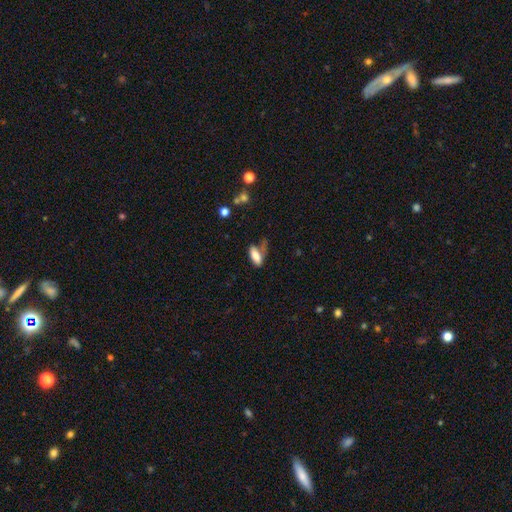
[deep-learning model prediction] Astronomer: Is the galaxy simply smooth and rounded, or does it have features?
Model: smooth — 79%.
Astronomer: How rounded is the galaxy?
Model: in between — 78%.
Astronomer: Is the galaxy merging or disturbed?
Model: none — 39% (runner-up: minor disturbance, 28%).